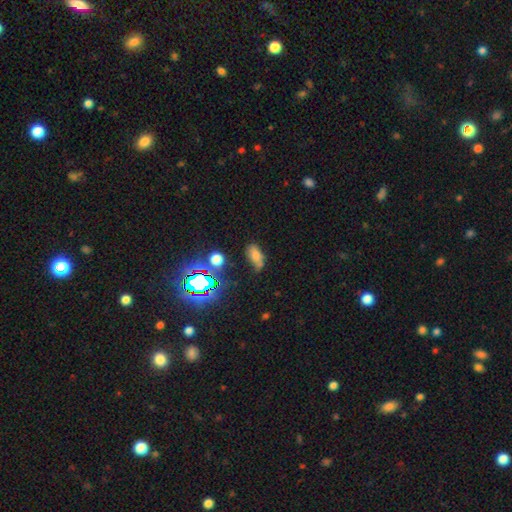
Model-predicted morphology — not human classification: Smooth or featured? Predicted: smooth (p=0.66). How rounded? Predicted: in between (p=0.86). Merging? Predicted: none (p=0.49).